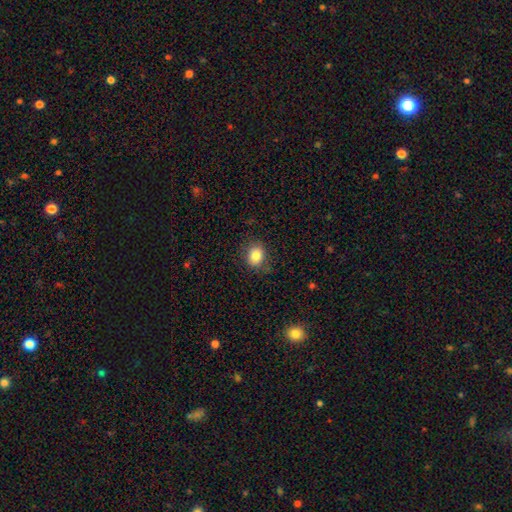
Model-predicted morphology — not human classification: type=smooth (84%); roundness=round (54%); merging=none (82%).